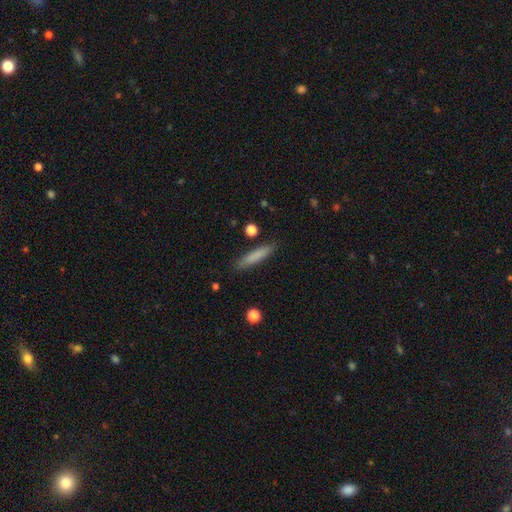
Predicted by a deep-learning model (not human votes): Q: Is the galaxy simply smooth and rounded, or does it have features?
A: smooth — 78%.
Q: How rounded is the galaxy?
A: cigar-shaped — 88%.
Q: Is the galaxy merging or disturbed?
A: none — 86%.